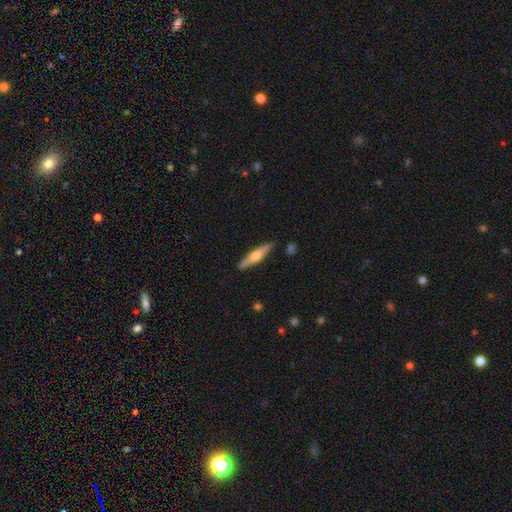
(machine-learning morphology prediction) A featured or disk galaxy (52%) viewed edge-on (93%). Merging: none (86%).